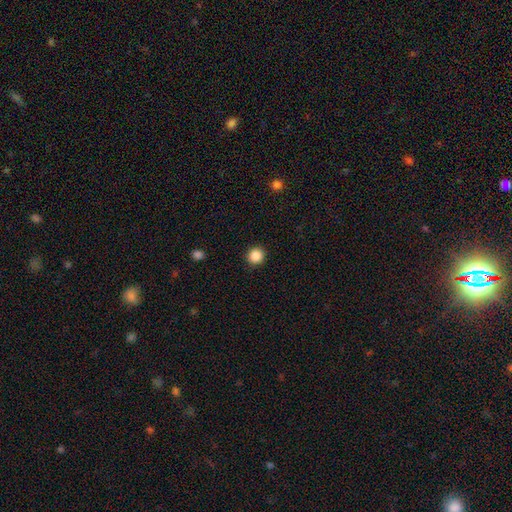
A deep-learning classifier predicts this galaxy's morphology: Smooth or featured?
  - smooth: 87% *
  - star or artifact: 10%
  - featured or disk: 3%
How rounded?
  - round: 94% *
  - in between: 6%
  - cigar-shaped: 1%
Merging?
  - none: 92% *
  - minor disturbance: 5%
  - major disturbance: 2%
  - merger: 1%